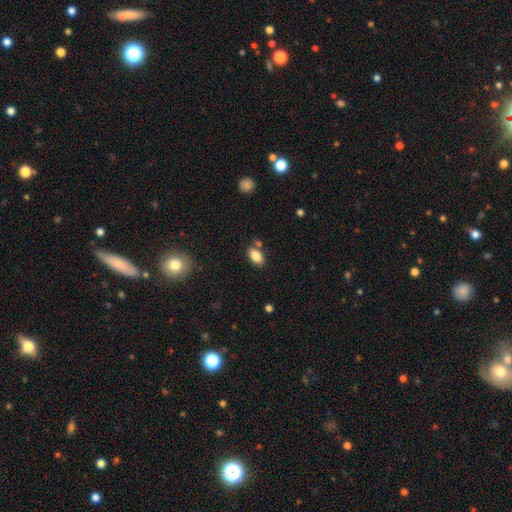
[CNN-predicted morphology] Smooth or featured? Predicted: smooth (p=0.84). How rounded? Predicted: in between (p=0.92). Merging? Predicted: none (p=0.74).